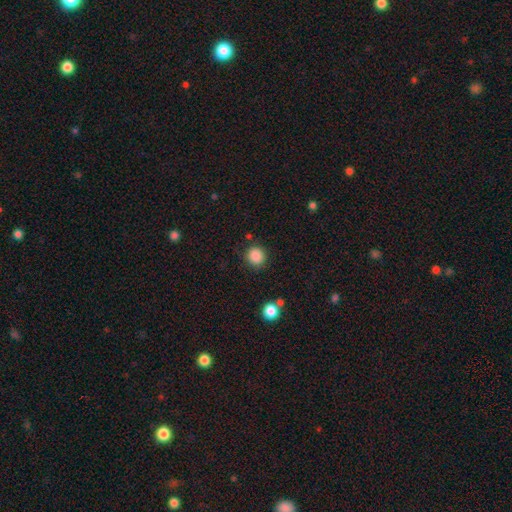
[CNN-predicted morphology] smooth 87%, star or artifact 10%, featured or disk 3%. Down the decision tree: how rounded — round (92%); merging — none (87%).